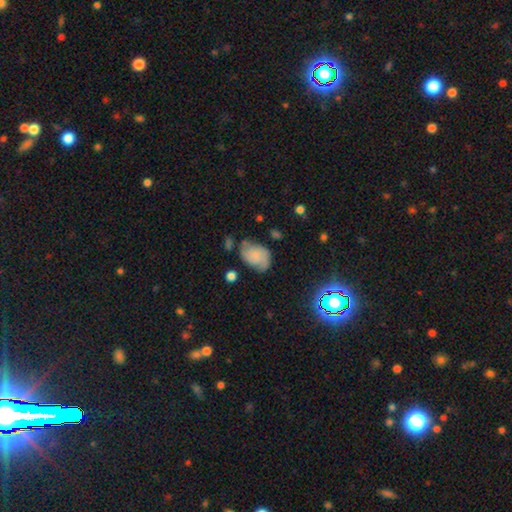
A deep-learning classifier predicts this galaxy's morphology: Smooth or featured? Predicted: smooth (p=0.65). How rounded? Predicted: in between (p=0.81). Merging? Predicted: none (p=0.50).